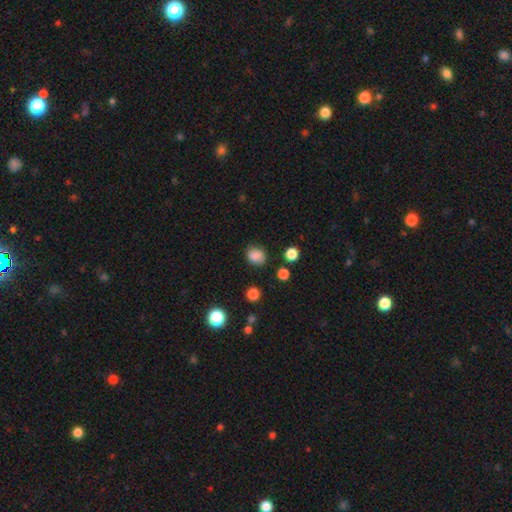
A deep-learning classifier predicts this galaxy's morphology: Smooth or featured? smooth (84%)
How rounded? round (60%)
Merging? none (77%)